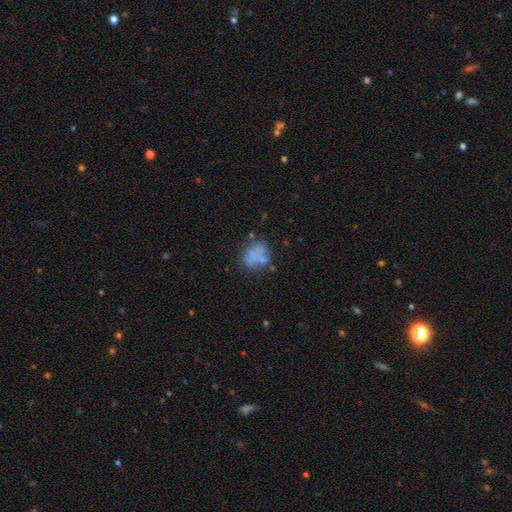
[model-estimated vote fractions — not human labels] Smooth or featured? smooth (50%)
How rounded? in between (56%)
Merging? none (43%)